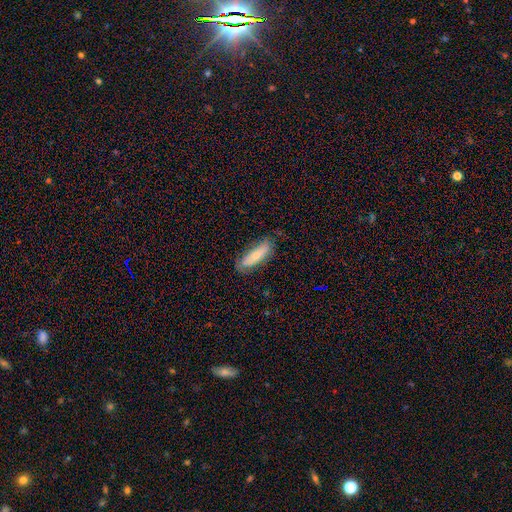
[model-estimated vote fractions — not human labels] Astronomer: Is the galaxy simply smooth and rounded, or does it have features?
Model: smooth — 67%.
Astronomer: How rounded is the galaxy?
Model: in between — 53% (runner-up: cigar-shaped, 45%).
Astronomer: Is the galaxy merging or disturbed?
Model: none — 73%.